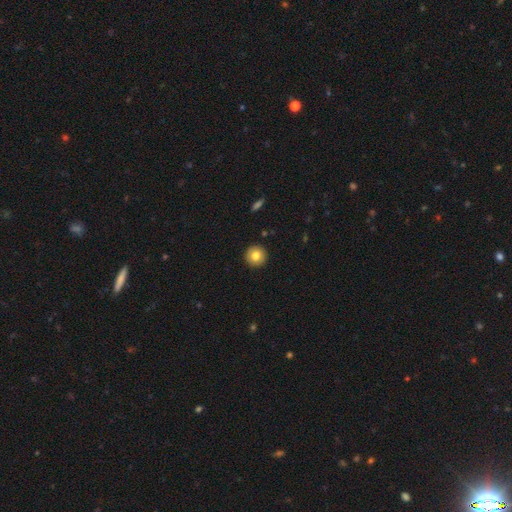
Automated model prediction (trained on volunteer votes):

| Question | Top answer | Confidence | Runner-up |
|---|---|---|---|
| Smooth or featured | smooth | 80% | featured or disk (11%) |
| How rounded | round | 95% | in between (4%) |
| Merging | none | 93% | minor disturbance (5%) |